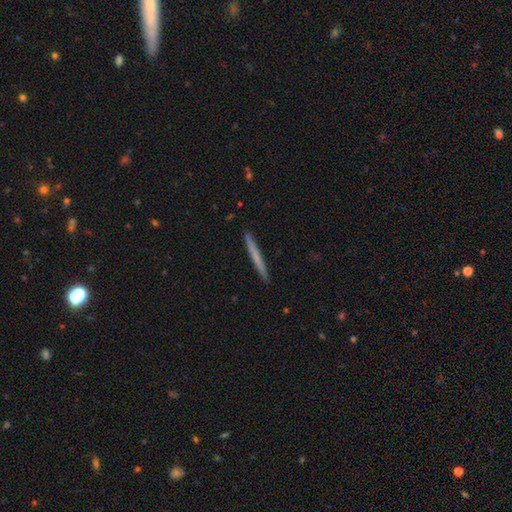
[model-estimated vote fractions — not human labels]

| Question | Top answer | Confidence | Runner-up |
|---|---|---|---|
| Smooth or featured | smooth | 59% | featured or disk (36%) |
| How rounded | cigar-shaped | 97% | in between (1%) |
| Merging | none | 92% | minor disturbance (5%) |